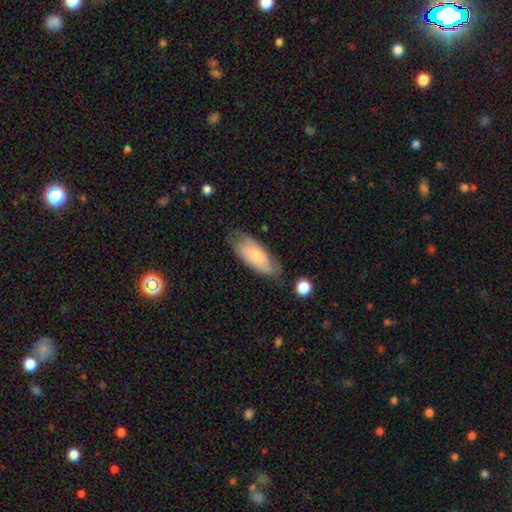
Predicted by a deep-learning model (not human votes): Smooth or featured? smooth (66%)
How rounded? in between (81%)
Merging? none (60%)